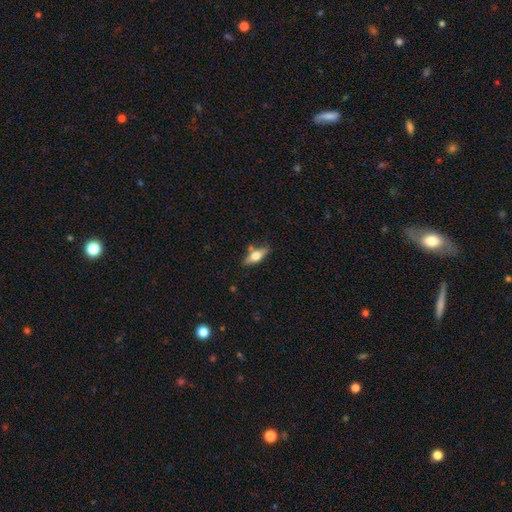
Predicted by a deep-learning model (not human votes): smooth_or_featured: smooth (p=0.50) [alt: featured or disk p=0.44]
how_rounded: in between (p=0.58) [alt: cigar-shaped p=0.39]
merging: none (p=0.74) [alt: minor disturbance p=0.15]